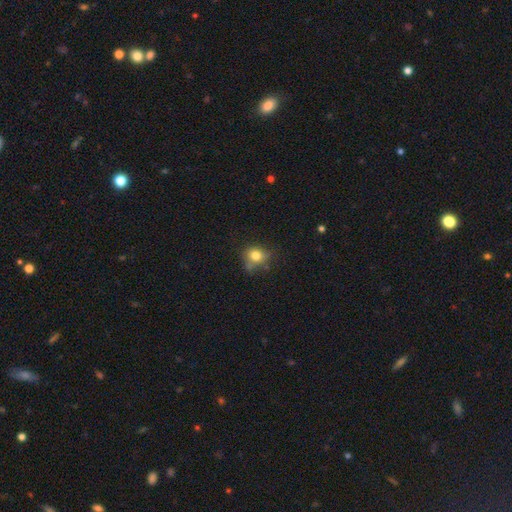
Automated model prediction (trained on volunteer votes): smooth_or_featured: smooth (p=0.77) [alt: star or artifact p=0.12]
how_rounded: round (p=0.69) [alt: in between p=0.29]
merging: none (p=0.57) [alt: minor disturbance p=0.26]